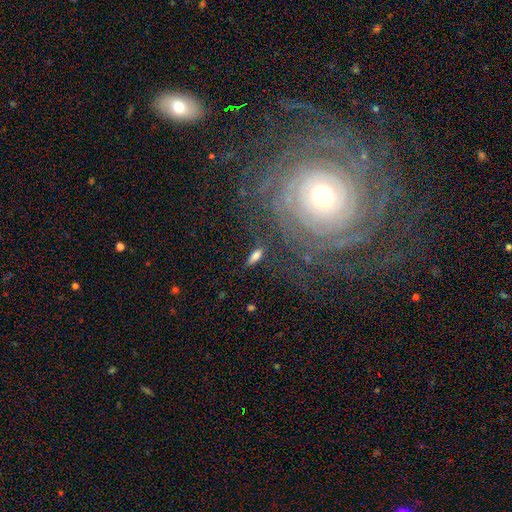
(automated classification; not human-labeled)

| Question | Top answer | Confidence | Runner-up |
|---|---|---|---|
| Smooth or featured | smooth | 71% | featured or disk (19%) |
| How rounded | in between | 70% | cigar-shaped (25%) |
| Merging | none | 77% | minor disturbance (14%) |